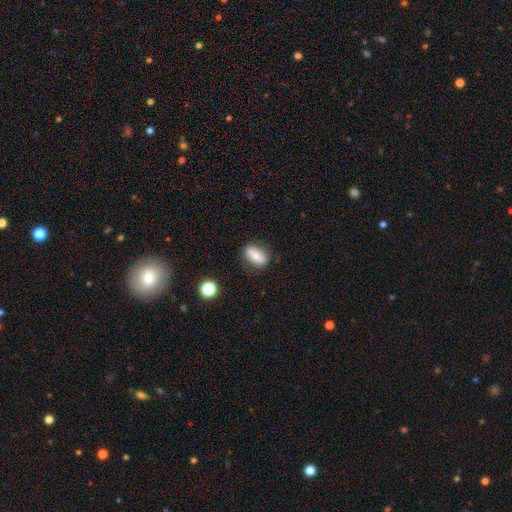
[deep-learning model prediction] smooth 62%, featured or disk 30%, star or artifact 8%. Down the decision tree: how rounded — in between (86%); merging — none (79%).